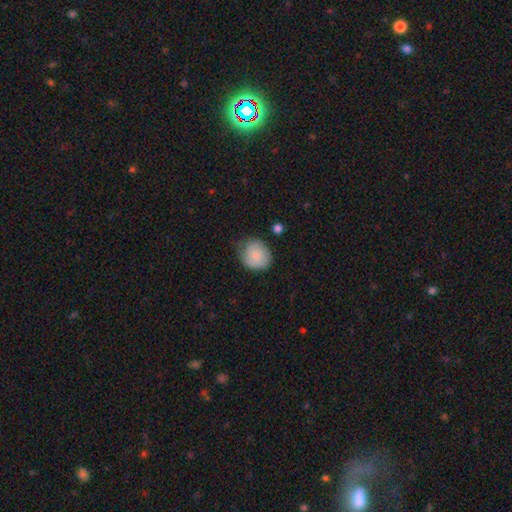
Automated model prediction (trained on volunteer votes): Overall: smooth (76%). How rounded: round (70%). Merging: none (56%; minor disturbance 33%).